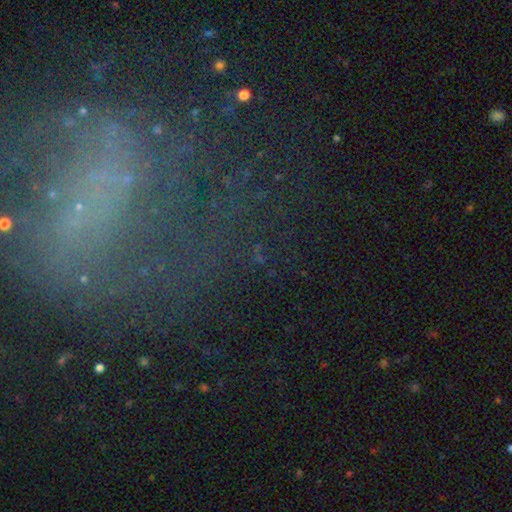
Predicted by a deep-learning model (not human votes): Smooth or featured: featured or disk — 50% (star or artifact — 30%)
Edge-on disk: no — 93% (yes — 7%)
Merging: none — 60% (major disturbance — 20%)